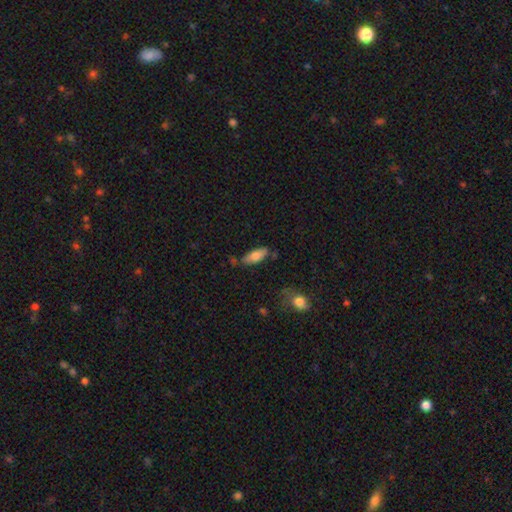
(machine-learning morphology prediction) Smooth or featured? smooth (74%)
How rounded? in between (75%)
Merging? none (70%)